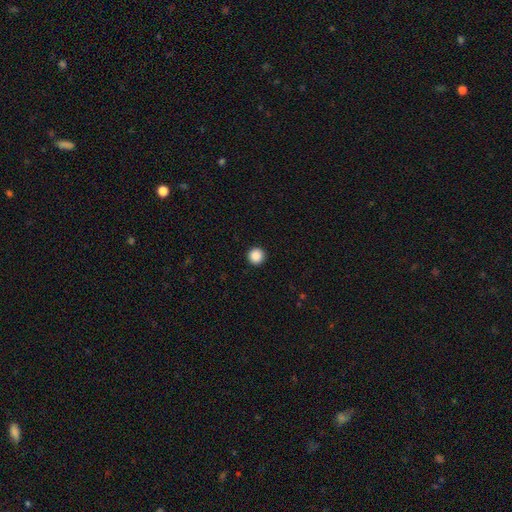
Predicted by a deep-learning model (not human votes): This is clearly a smooth galaxy (88%). How rounded: clearly round (96%). Merging: clearly none (94%).